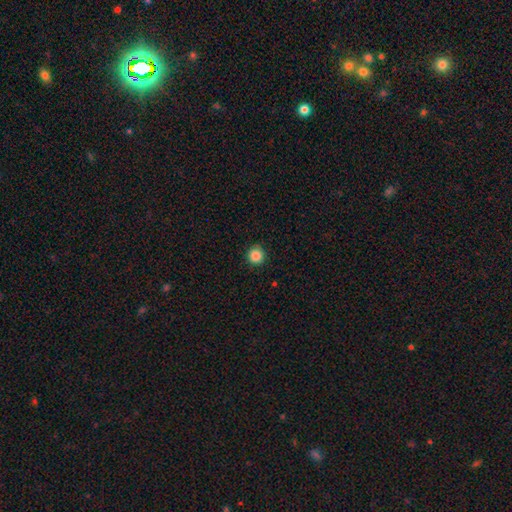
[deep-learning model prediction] A smooth galaxy with no disk features (87%) that is round (95%).

Vote fractions:
- Smooth or featured? smooth: 87% / star or artifact: 10% / featured or disk: 3%
- How rounded? round: 95% / in between: 4% / cigar-shaped: 1%
- Merging? none: 91% / minor disturbance: 6% / major disturbance: 2% / merger: 1%